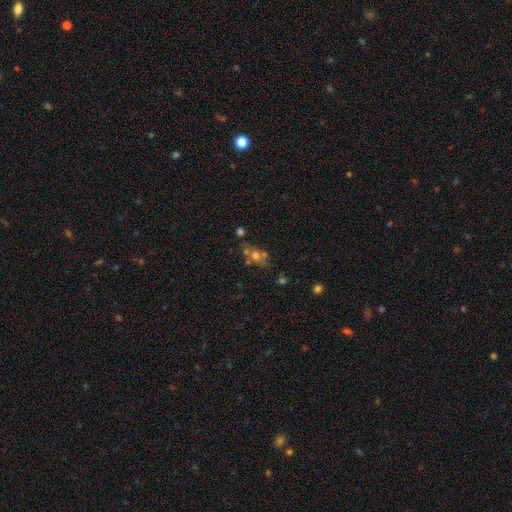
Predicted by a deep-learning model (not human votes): Q: Smooth or featured?
A: smooth (49%); runner-up: featured or disk (30%)
Q: Merging?
A: none (53%); runner-up: merger (27%)